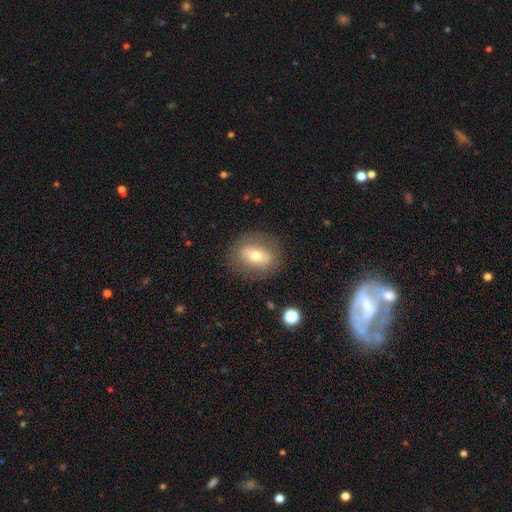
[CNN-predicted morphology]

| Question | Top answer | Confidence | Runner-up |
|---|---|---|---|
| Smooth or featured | smooth | 55% | featured or disk (36%) |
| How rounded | in between | 52% | round (45%) |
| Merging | none | 83% | minor disturbance (11%) |